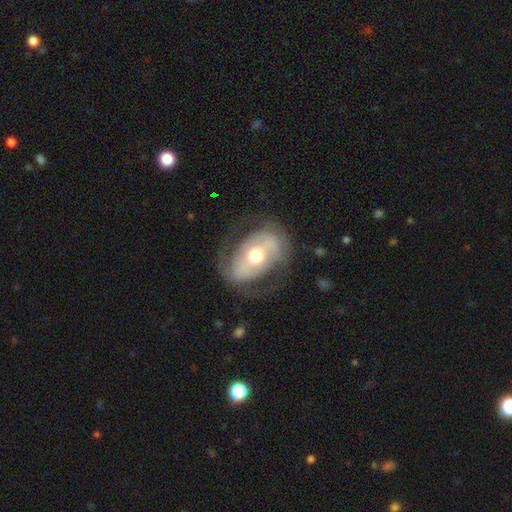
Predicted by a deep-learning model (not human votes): featured or disk 68%, smooth 26%, star or artifact 6%. Down the decision tree: edge-on disk — no (93%); bar — no (40%); spiral arms — yes (57%); bulge size — moderate (70%); merging — none (67%).